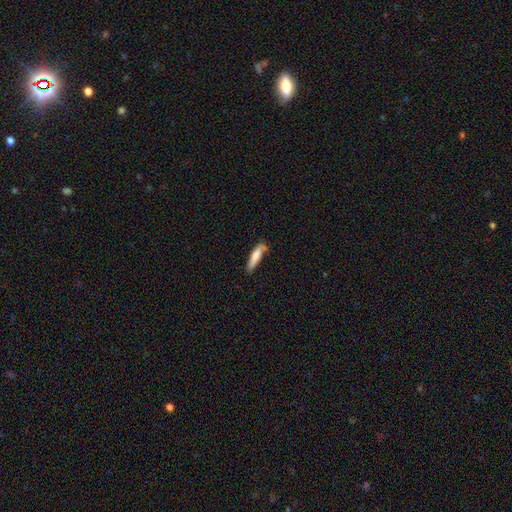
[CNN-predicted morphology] This is likely a smooth galaxy (74%). How rounded: likely cigar-shaped (78%). Merging: possibly none (59%).